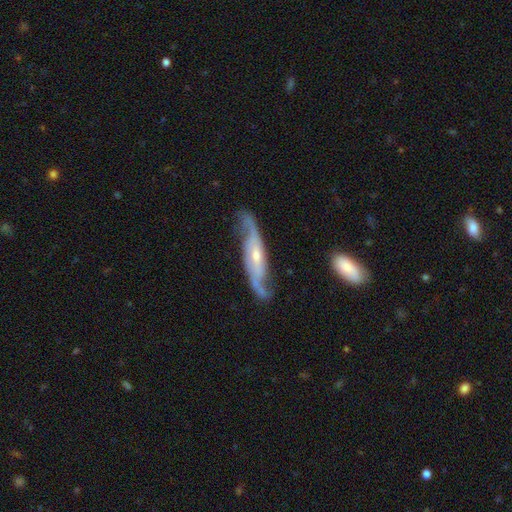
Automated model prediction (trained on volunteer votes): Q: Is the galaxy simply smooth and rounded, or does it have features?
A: featured or disk — 85%.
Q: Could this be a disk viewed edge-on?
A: no — 80%.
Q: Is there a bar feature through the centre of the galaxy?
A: no — 41%.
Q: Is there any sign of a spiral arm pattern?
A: yes — 96%.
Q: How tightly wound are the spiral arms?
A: loose — 41%.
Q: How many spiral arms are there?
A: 2 — 88%.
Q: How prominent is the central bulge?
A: small — 53%.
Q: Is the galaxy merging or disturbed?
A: none — 68%.